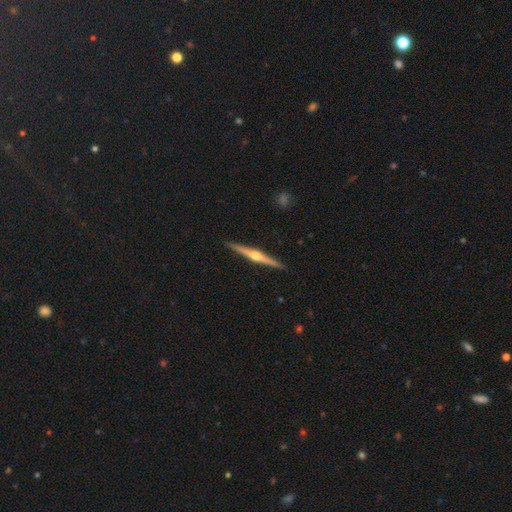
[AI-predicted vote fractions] Overall: featured or disk (83%). Edge-on disk: yes (99%). Edge-on bulge: rounded (95%). Merging: none (92%).